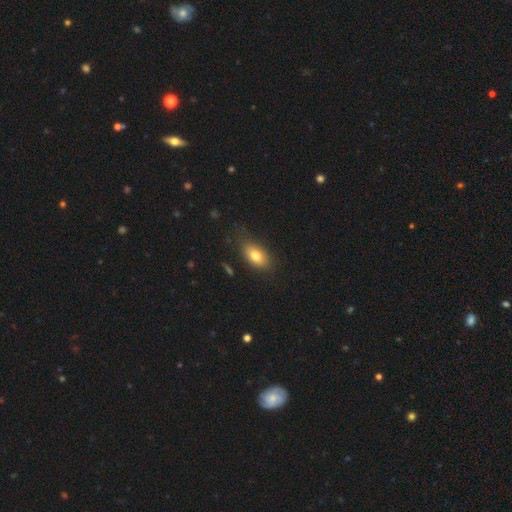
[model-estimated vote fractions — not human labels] A smooth galaxy with no disk features (79%) that is in between round and cigar-shaped (87%). Merging: none (76%).